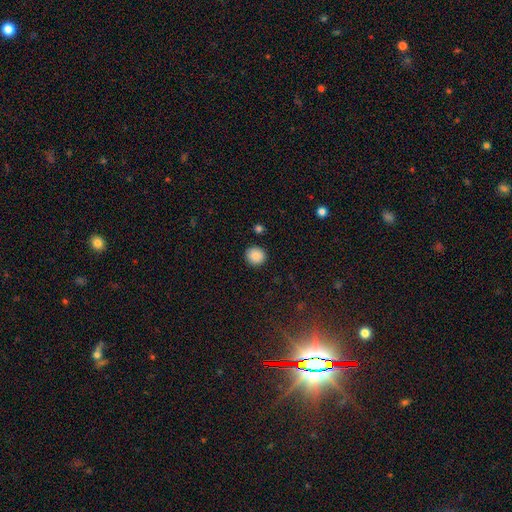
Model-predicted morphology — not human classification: Q: Smooth or featured?
A: smooth (88%); runner-up: star or artifact (8%)
Q: How rounded?
A: round (92%); runner-up: in between (7%)
Q: Merging?
A: none (91%); runner-up: minor disturbance (6%)